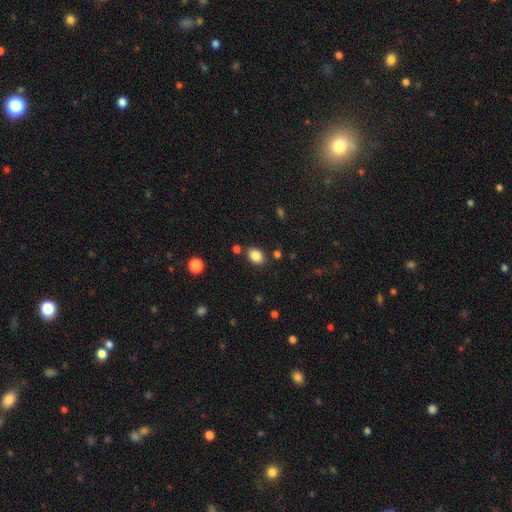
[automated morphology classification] smooth-or-featured: smooth: 85% | star or artifact: 10% | featured or disk: 5%
  how-rounded: in between: 69% | round: 30% | cigar-shaped: 1%
  merging: none: 80% | minor disturbance: 11% | merger: 6% | major disturbance: 3%